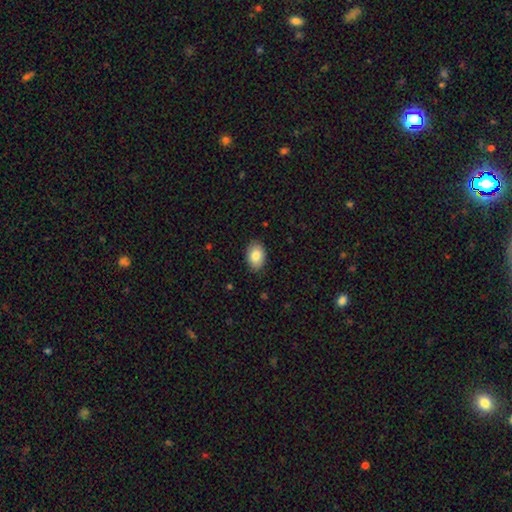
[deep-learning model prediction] Q: Smooth or featured?
A: smooth (85%); runner-up: featured or disk (8%)
Q: How rounded?
A: in between (85%); runner-up: round (14%)
Q: Merging?
A: none (87%); runner-up: minor disturbance (10%)